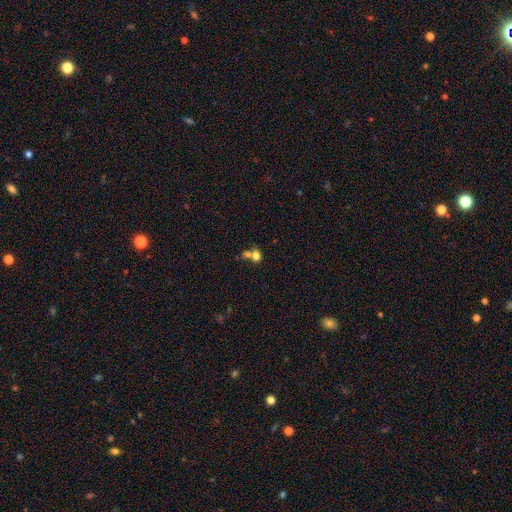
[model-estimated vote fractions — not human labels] A smooth galaxy with no disk features (73%) that is round (54%). Merging: merger (51%).